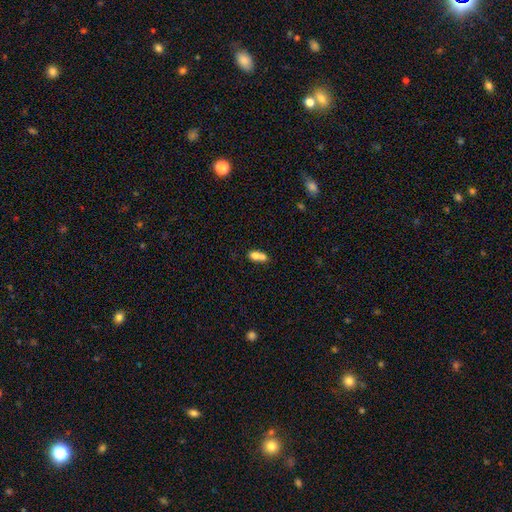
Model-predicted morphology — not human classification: Q: Smooth or featured?
A: smooth (72%); runner-up: featured or disk (19%)
Q: How rounded?
A: in between (74%); runner-up: round (20%)
Q: Merging?
A: merger (59%); runner-up: none (26%)